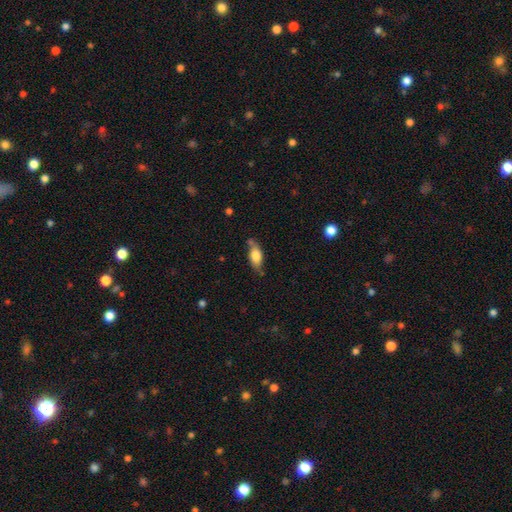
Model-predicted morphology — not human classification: This is likely a smooth galaxy (75%). How rounded: clearly in between (83%). Merging: likely none (65%).